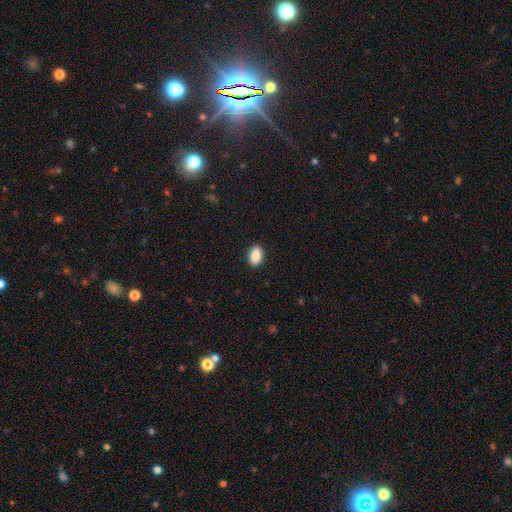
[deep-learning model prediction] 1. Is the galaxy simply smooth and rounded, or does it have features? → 89% smooth, 7% star or artifact, 4% featured or disk.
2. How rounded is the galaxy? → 88% in between, 10% round, 2% cigar-shaped.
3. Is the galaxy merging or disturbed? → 90% none, 7% minor disturbance, 2% major disturbance, 1% merger.